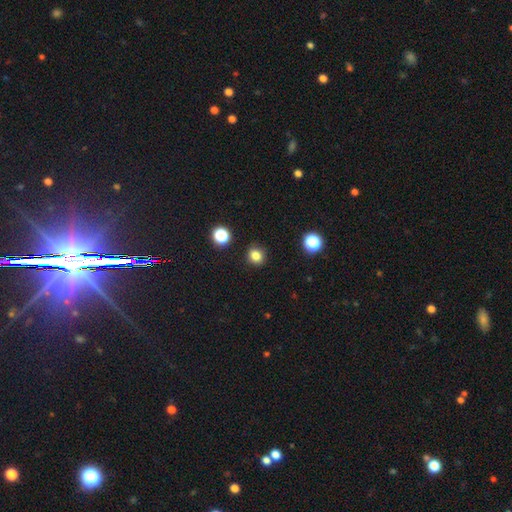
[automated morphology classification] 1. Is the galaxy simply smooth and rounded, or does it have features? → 82% smooth, 14% star or artifact, 5% featured or disk.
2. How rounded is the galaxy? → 83% round, 16% in between, 1% cigar-shaped.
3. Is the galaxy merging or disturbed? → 89% none, 7% minor disturbance, 2% major disturbance, 2% merger.